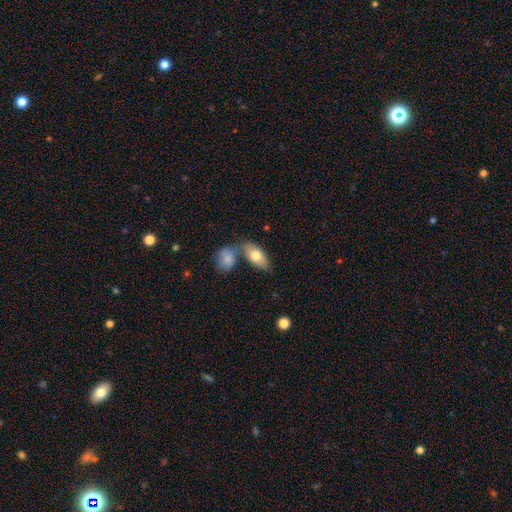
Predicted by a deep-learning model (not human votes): A smooth galaxy with no disk features (75%) that is in between round and cigar-shaped (90%). Merging: none (49%).